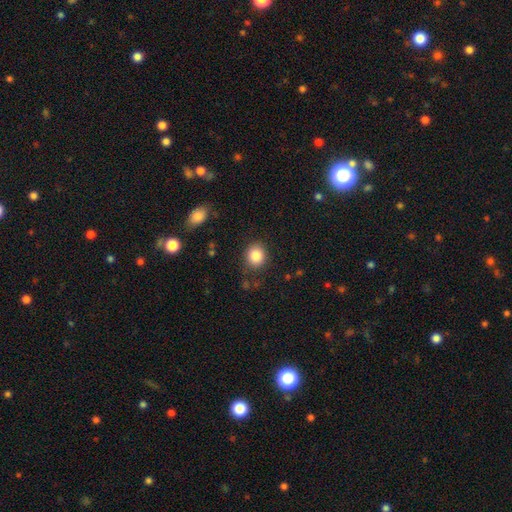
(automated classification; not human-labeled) Smooth or featured?
  - smooth: 85% *
  - star or artifact: 10%
  - featured or disk: 6%
How rounded?
  - round: 77% *
  - in between: 23%
  - cigar-shaped: 1%
Merging?
  - none: 85% *
  - minor disturbance: 10%
  - major disturbance: 3%
  - merger: 2%